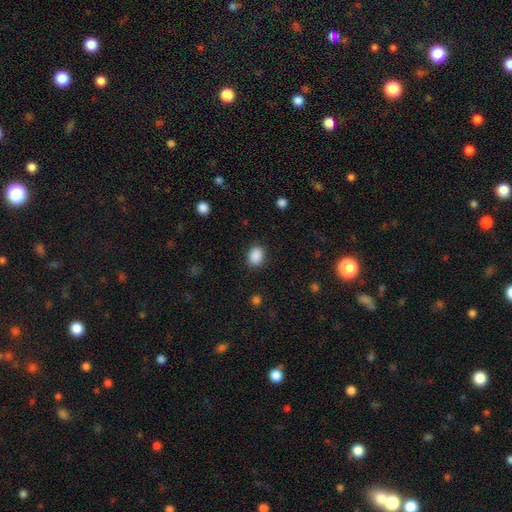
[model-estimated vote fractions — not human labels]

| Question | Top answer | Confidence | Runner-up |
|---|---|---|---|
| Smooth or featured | smooth | 89% | star or artifact (8%) |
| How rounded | in between | 63% | round (36%) |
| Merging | none | 86% | minor disturbance (9%) |